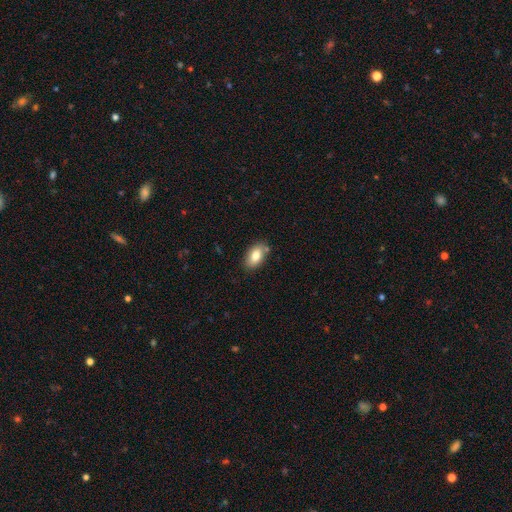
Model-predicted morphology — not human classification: smooth-or-featured: smooth: 81% | featured or disk: 12% | star or artifact: 7%
  how-rounded: in between: 92% | round: 6% | cigar-shaped: 2%
  merging: none: 79% | minor disturbance: 14% | merger: 4% | major disturbance: 3%